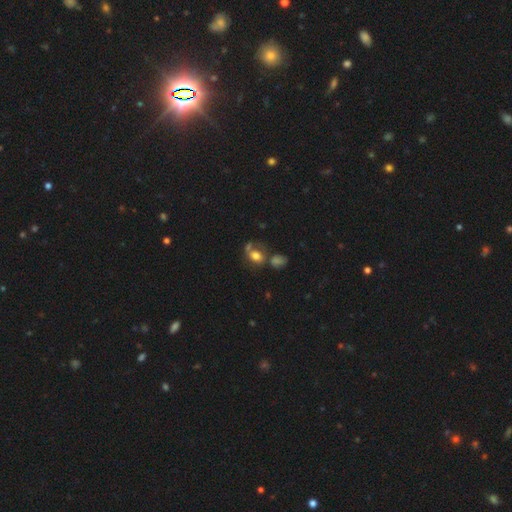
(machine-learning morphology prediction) type=smooth (67%); roundness=in between (59%); merging=none (34%, tied with merger).